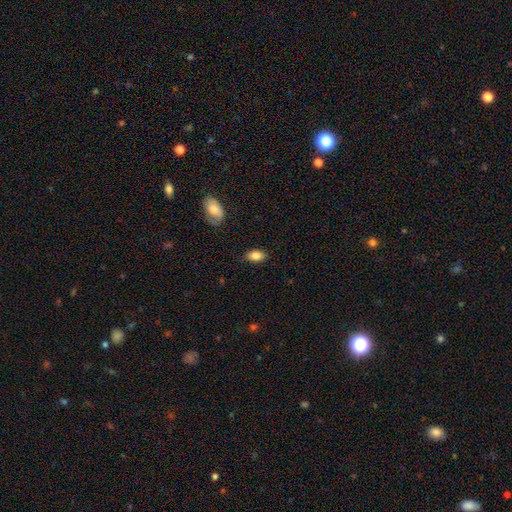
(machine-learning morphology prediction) Overall: smooth (85%). How rounded: in between (91%). Merging: none (83%).